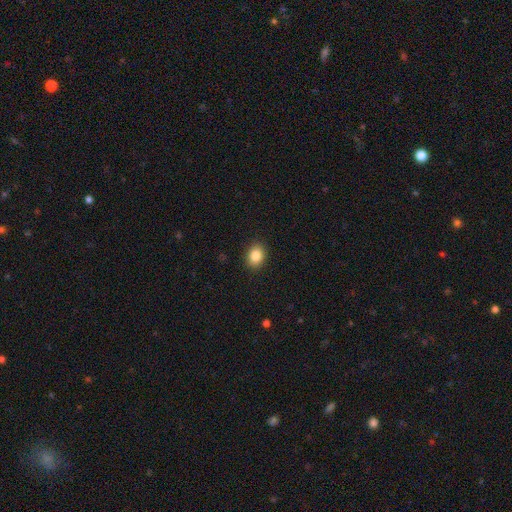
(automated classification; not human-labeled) This is clearly a smooth galaxy (86%). How rounded: possibly in between (55%). Merging: clearly none (90%).